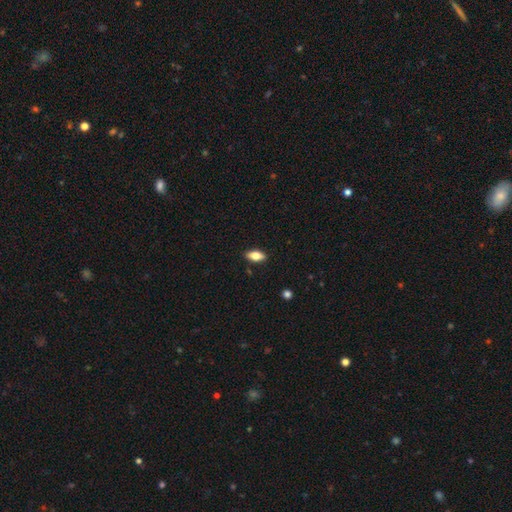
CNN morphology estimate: Q: Smooth or featured?
A: smooth (73%); runner-up: featured or disk (20%)
Q: How rounded?
A: in between (86%); runner-up: cigar-shaped (11%)
Q: Merging?
A: none (88%); runner-up: minor disturbance (9%)